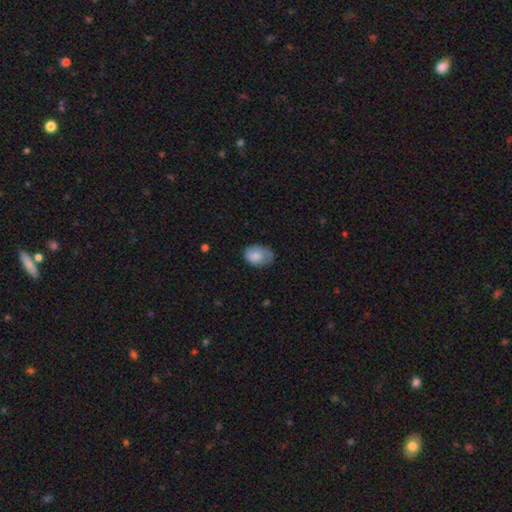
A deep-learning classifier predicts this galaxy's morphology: Smooth or featured: smooth — 81% (featured or disk — 12%)
How rounded: in between — 79% (round — 20%)
Merging: none — 51% (minor disturbance — 36%)